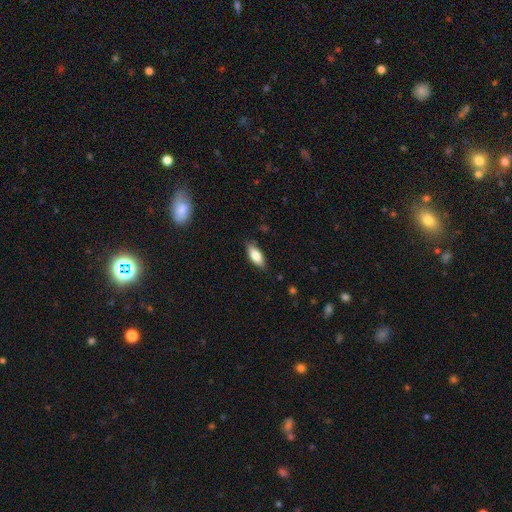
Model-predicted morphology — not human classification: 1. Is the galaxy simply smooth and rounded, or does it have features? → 79% smooth, 15% featured or disk, 6% star or artifact.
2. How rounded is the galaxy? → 78% in between, 20% cigar-shaped, 2% round.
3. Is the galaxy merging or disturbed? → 83% none, 13% minor disturbance, 2% major disturbance, 1% merger.